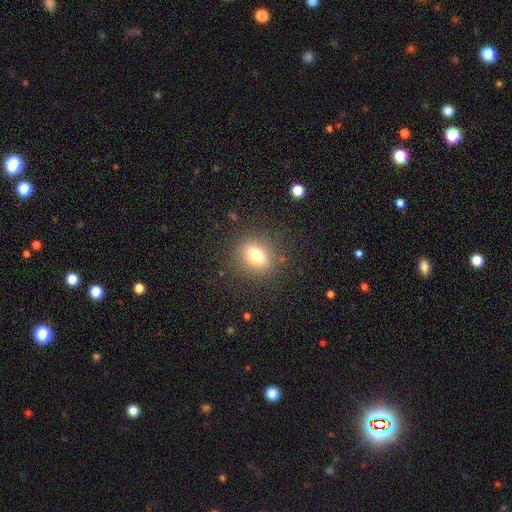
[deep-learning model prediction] Smooth or featured?
  - smooth: 73% *
  - featured or disk: 14%
  - star or artifact: 12%
How rounded?
  - round: 49% *
  - in between: 48%
  - cigar-shaped: 3%
Merging?
  - none: 85% *
  - minor disturbance: 9%
  - major disturbance: 4%
  - merger: 1%